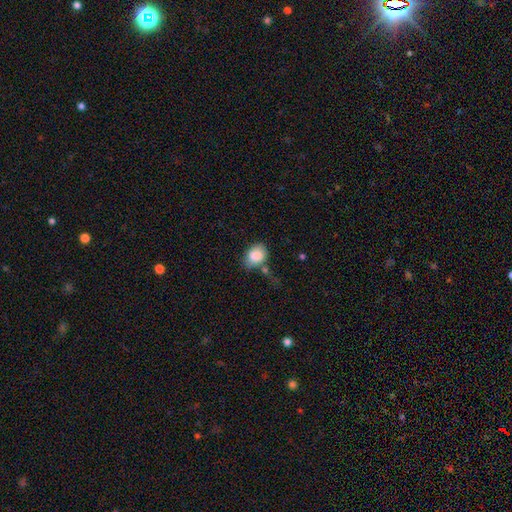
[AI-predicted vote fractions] smooth-or-featured: smooth: 84% | featured or disk: 9% | star or artifact: 8%
  how-rounded: in between: 66% | round: 33% | cigar-shaped: 1%
  merging: none: 53% | minor disturbance: 25% | merger: 12% | major disturbance: 10%